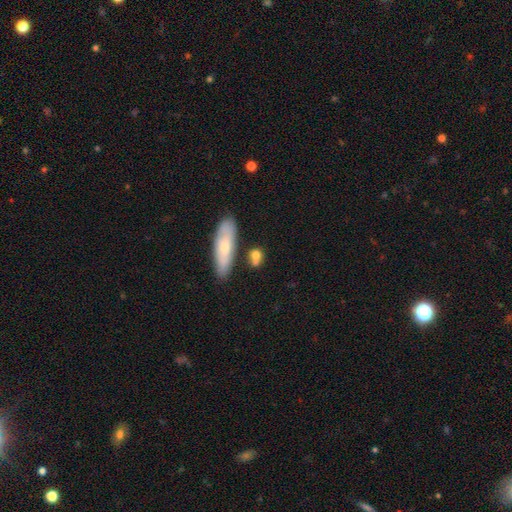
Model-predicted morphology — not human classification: Smooth or featured? Predicted: smooth (p=0.74). How rounded? Predicted: in between (p=0.41). Merging? Predicted: none (p=0.62).